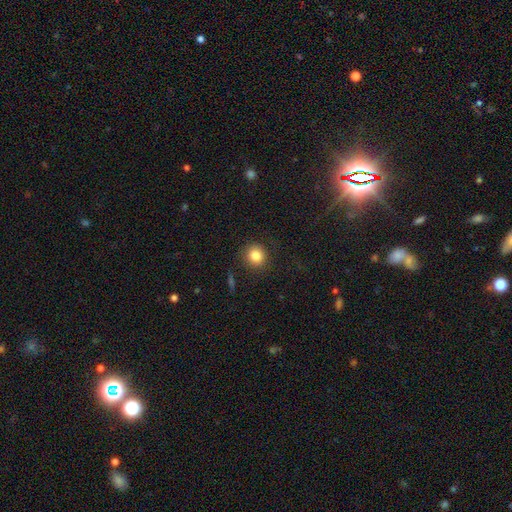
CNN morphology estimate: This appears to be a smooth galaxy with no disk features (83%) that is round (89%). Merging: none (87%).